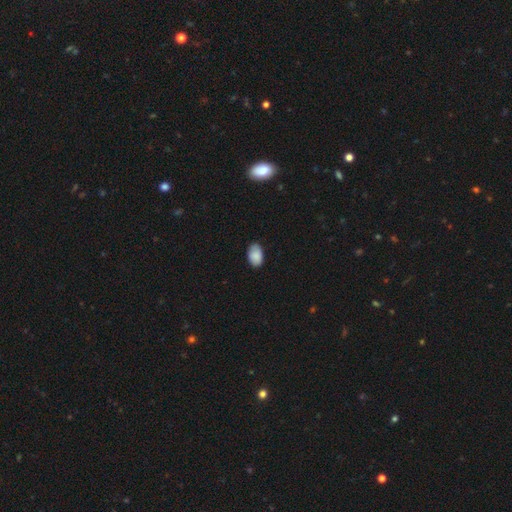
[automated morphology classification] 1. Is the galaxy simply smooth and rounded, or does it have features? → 88% smooth, 7% star or artifact, 5% featured or disk.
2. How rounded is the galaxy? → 90% in between, 9% round, 1% cigar-shaped.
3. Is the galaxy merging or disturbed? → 78% none, 18% minor disturbance, 3% major disturbance, 1% merger.